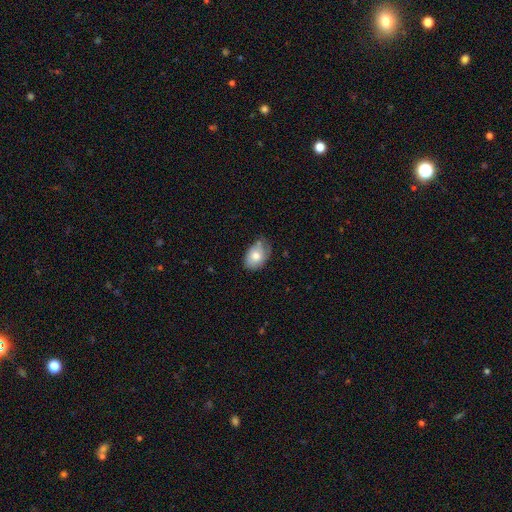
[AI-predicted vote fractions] Smooth or featured: smooth — 76% (featured or disk — 16%)
How rounded: in between — 81% (round — 18%)
Merging: none — 54% (minor disturbance — 36%)